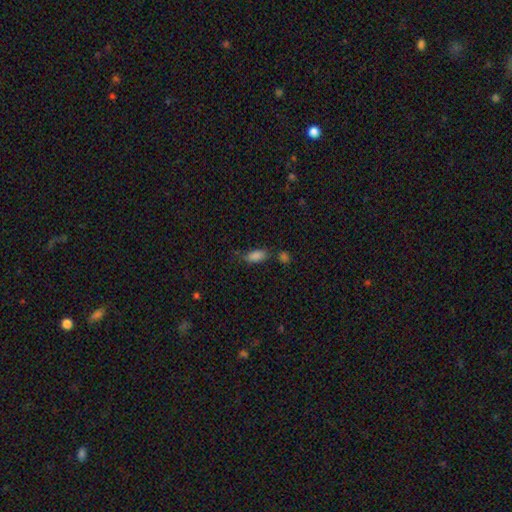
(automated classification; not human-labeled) smooth-or-featured: smooth: 83% | star or artifact: 11% | featured or disk: 6%
  how-rounded: in between: 85% | cigar-shaped: 12% | round: 4%
  merging: none: 59% | minor disturbance: 22% | merger: 12% | major disturbance: 7%